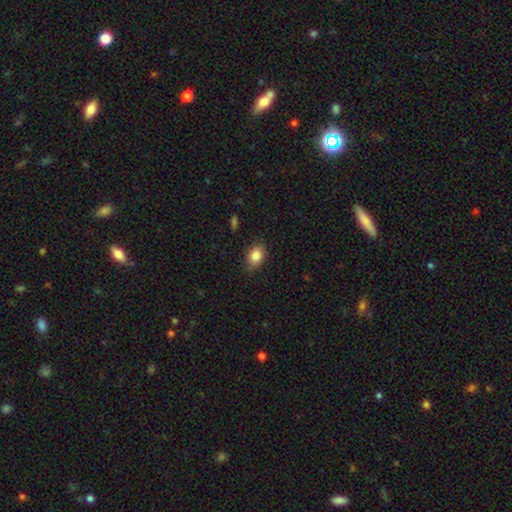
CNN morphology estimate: Smooth or featured? smooth (85%)
How rounded? in between (74%)
Merging? none (79%)